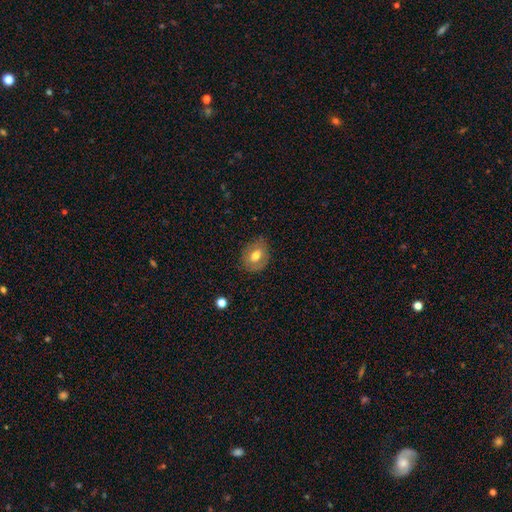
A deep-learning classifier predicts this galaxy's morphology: A smooth galaxy with no disk features (64%) that is in between round and cigar-shaped (54%).

Vote fractions:
- Smooth or featured? smooth: 64% / featured or disk: 27% / star or artifact: 9%
- How rounded? in between: 54% / round: 45% / cigar-shaped: 1%
- Merging? none: 77% / minor disturbance: 17% / major disturbance: 4% / merger: 1%